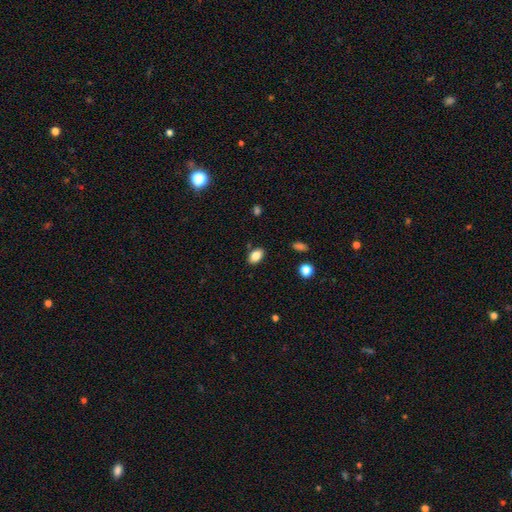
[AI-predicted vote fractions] Morphology: type=smooth (85%); roundness=in between (88%); merging=none (86%).